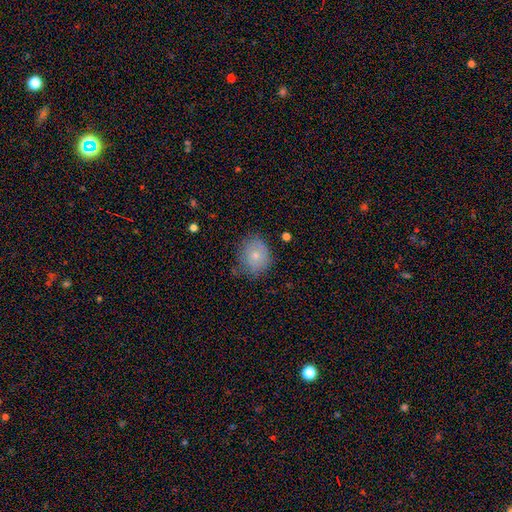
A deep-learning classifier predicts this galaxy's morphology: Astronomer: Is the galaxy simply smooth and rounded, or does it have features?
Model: smooth — 73%.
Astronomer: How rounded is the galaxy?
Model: round — 69%.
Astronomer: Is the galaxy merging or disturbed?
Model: none — 69%.